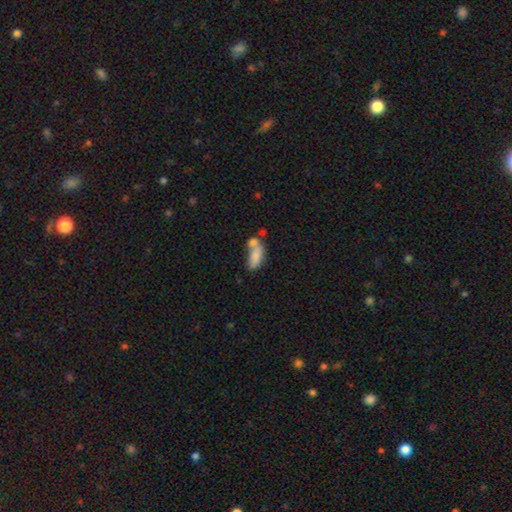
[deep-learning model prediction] A smooth galaxy with no disk features (74%) that is in between round and cigar-shaped (80%).

Vote fractions:
- Smooth or featured? smooth: 74% / featured or disk: 18% / star or artifact: 8%
- How rounded? in between: 80% / cigar-shaped: 16% / round: 4%
- Merging? merger: 48% / none: 29% / minor disturbance: 14% / major disturbance: 9%